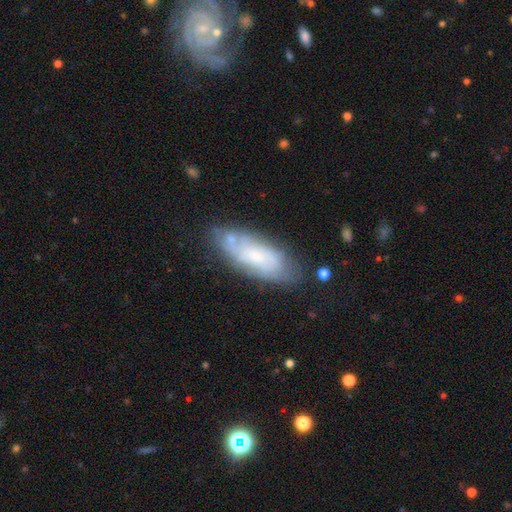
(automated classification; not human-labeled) The model was most divided on "smooth or featured" (2-way tie): featured or disk: 46%, smooth: 46%, star or artifact: 8%. More confident: merging — none (66%).